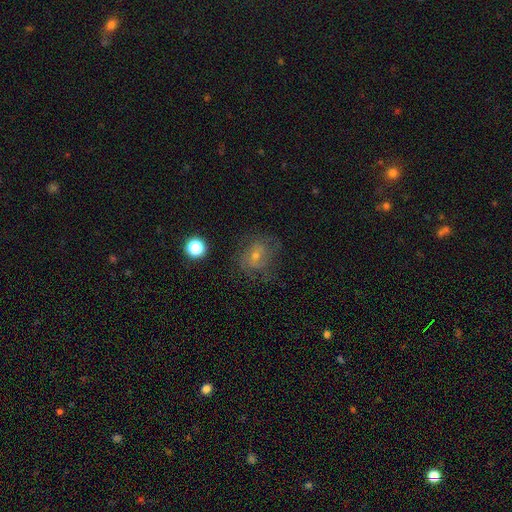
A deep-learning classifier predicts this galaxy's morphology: smooth-or-featured: featured or disk: 53% | smooth: 29% | star or artifact: 18%
  disk-edge-on: no: 96% | yes: 4%
    bar: no: 63% | weak: 31% | strong: 6%
    has-spiral-arms: yes: 76% | no: 24%
    bulge-size: small: 59% | moderate: 35% | none: 3% | large: 2% | dominant: 1%
  merging: none: 67% | minor disturbance: 18% | major disturbance: 13% | merger: 2%